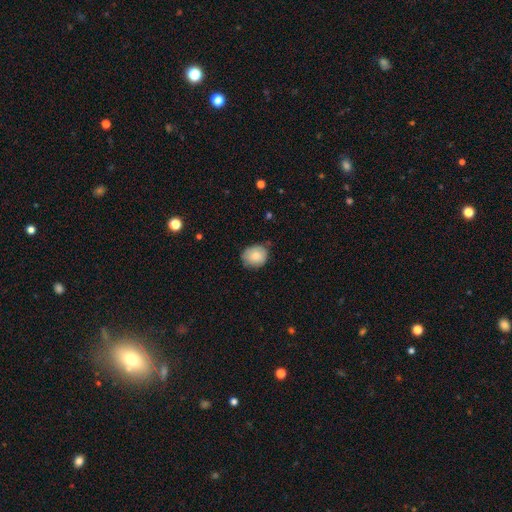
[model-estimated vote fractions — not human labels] smooth_or_featured: smooth (p=0.83) [alt: featured or disk p=0.10]
how_rounded: round (p=0.66) [alt: in between p=0.33]
merging: none (p=0.71) [alt: minor disturbance p=0.24]